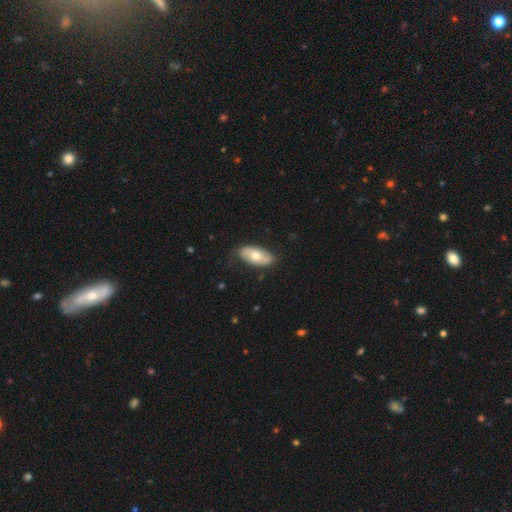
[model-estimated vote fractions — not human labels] A smooth galaxy with no disk features (63%) that is in between round and cigar-shaped (91%).

Vote fractions:
- Smooth or featured? smooth: 63% / featured or disk: 32% / star or artifact: 5%
- How rounded? in between: 91% / cigar-shaped: 6% / round: 3%
- Merging? none: 76% / minor disturbance: 19% / major disturbance: 4% / merger: 1%